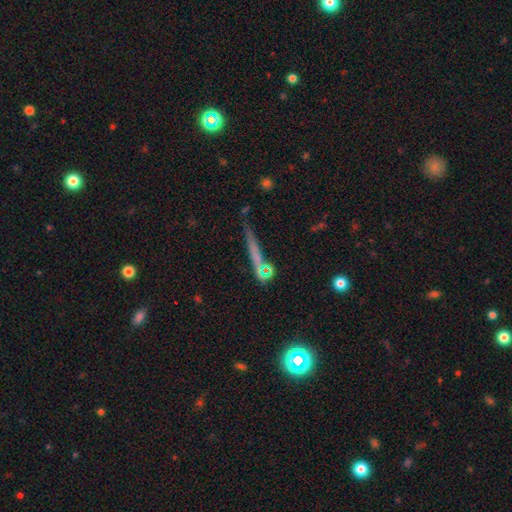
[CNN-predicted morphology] type=smooth (49%); merging=none (65%).